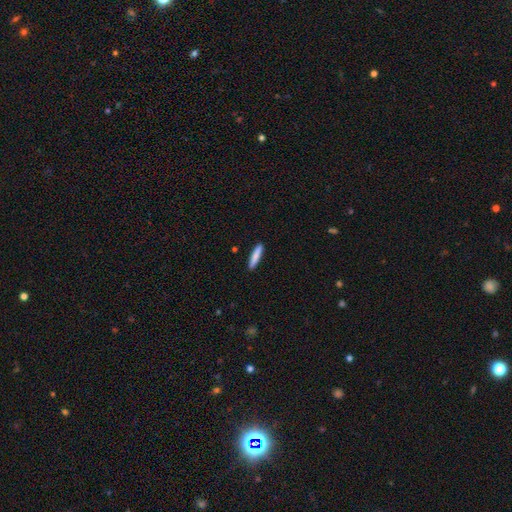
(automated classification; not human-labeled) smooth-or-featured: smooth: 82% | featured or disk: 12% | star or artifact: 6%
  how-rounded: cigar-shaped: 90% | in between: 9% | round: 1%
  merging: none: 91% | minor disturbance: 7% | major disturbance: 1% | merger: 1%